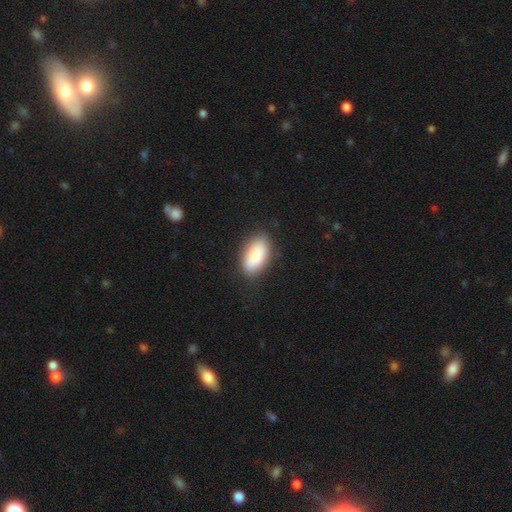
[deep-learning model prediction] Smooth or featured: smooth — 85% (featured or disk — 9%)
How rounded: in between — 93% (round — 4%)
Merging: none — 83% (minor disturbance — 13%)